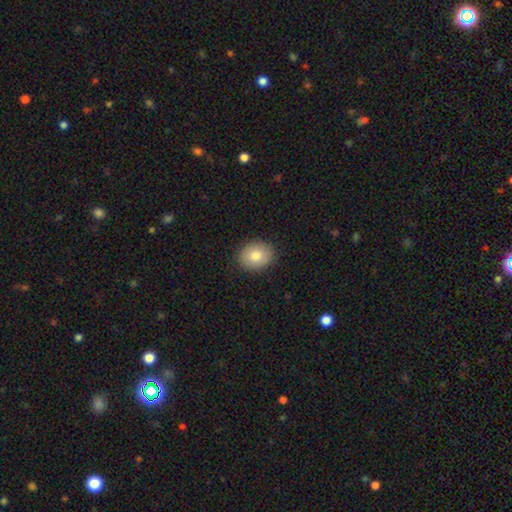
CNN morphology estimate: smooth 82%, featured or disk 10%, star or artifact 8%. Down the decision tree: how rounded — in between (51%); merging — none (88%).